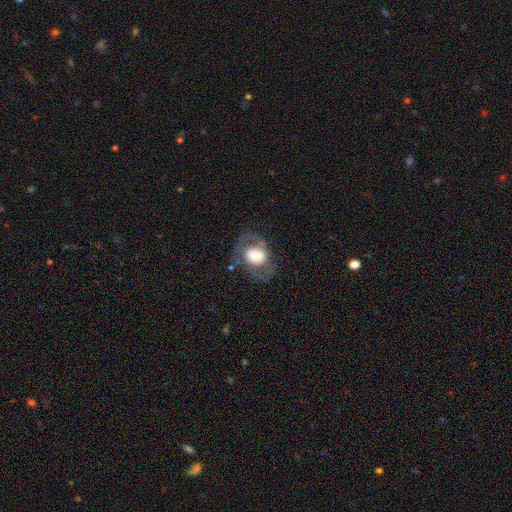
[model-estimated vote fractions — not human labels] Q: Smooth or featured?
A: smooth (50%); runner-up: featured or disk (42%)
Q: Merging?
A: none (65%); runner-up: minor disturbance (17%)